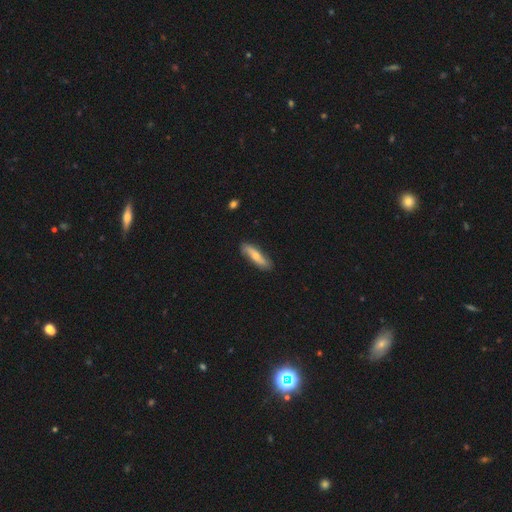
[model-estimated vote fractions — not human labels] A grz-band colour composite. It shows a smooth galaxy with no disk features (52%) that is cigar-shaped (69%). Merging: none (81%).